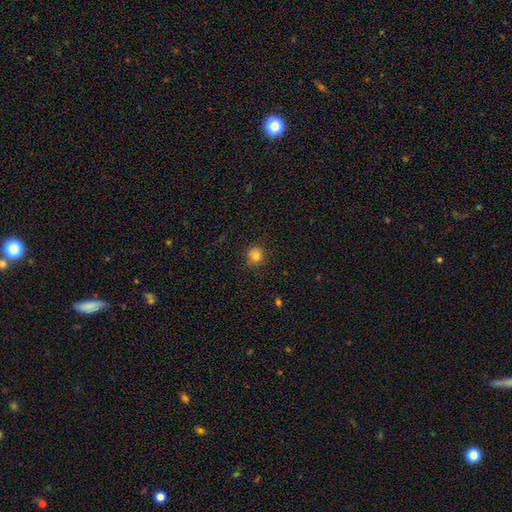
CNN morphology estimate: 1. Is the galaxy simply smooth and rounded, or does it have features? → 81% smooth, 12% star or artifact, 7% featured or disk.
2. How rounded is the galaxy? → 87% round, 12% in between, 1% cigar-shaped.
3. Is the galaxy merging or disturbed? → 84% none, 12% minor disturbance, 3% major disturbance, 1% merger.